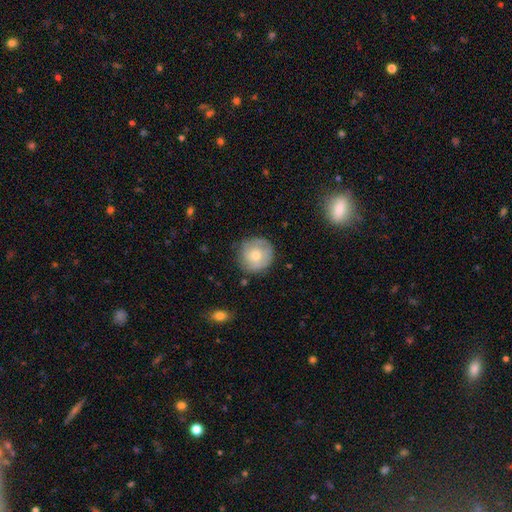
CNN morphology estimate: This appears to be a smooth galaxy with no disk features (62%) that is round (93%). Merging: none (77%).